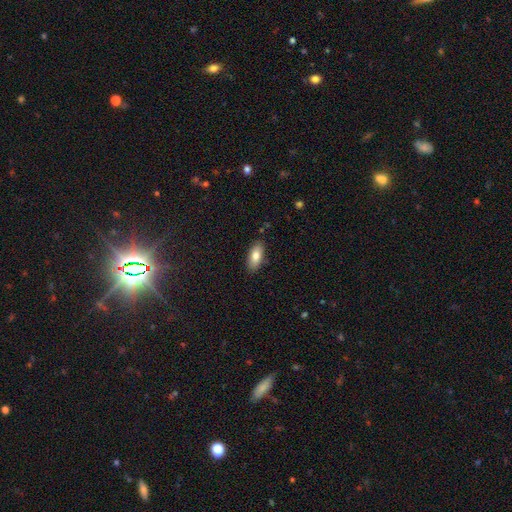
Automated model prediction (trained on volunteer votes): smooth 80%, featured or disk 13%, star or artifact 7%. Down the decision tree: how rounded — in between (84%); merging — none (86%).